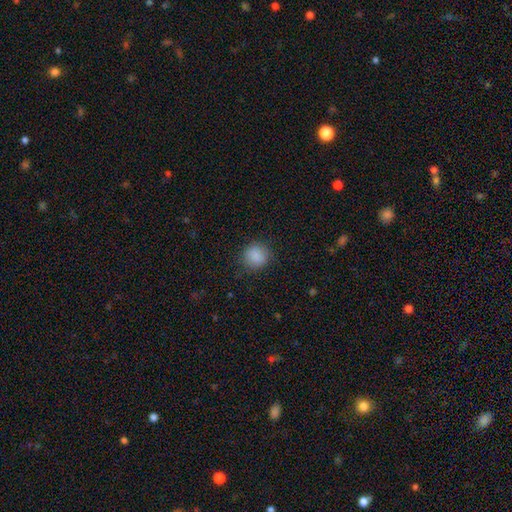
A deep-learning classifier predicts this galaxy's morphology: Smooth or featured: smooth — 87% (star or artifact — 9%)
How rounded: round — 88% (in between — 11%)
Merging: none — 85% (minor disturbance — 11%)